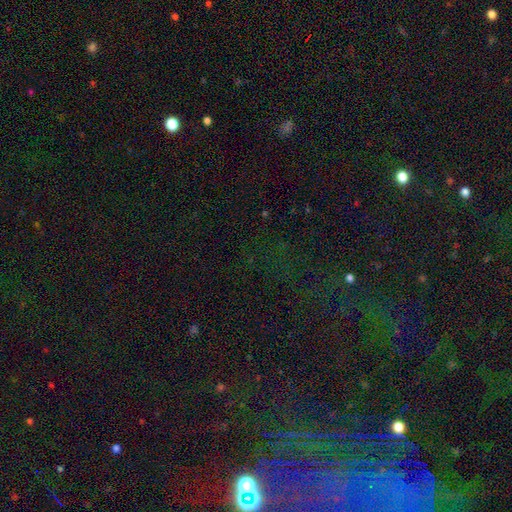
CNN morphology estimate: Smooth or featured?
  - star or artifact: 77% *
  - smooth: 14%
  - featured or disk: 10%